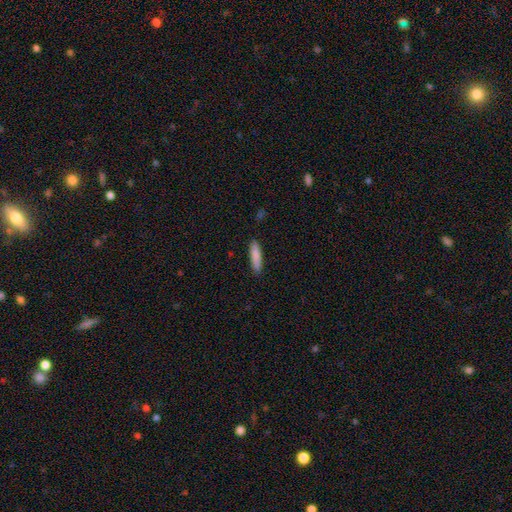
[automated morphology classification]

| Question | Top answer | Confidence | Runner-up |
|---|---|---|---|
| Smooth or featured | smooth | 85% | featured or disk (9%) |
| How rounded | cigar-shaped | 82% | in between (17%) |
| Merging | none | 89% | minor disturbance (8%) |